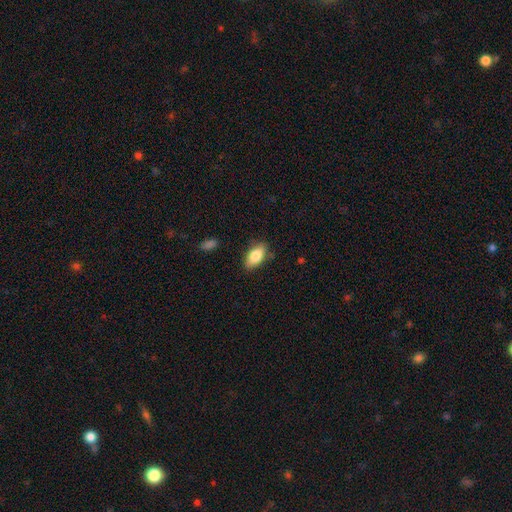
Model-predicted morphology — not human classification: smooth_or_featured: smooth (p=0.83) [alt: featured or disk p=0.10]
how_rounded: in between (p=0.89) [alt: cigar-shaped p=0.08]
merging: none (p=0.80) [alt: minor disturbance p=0.15]